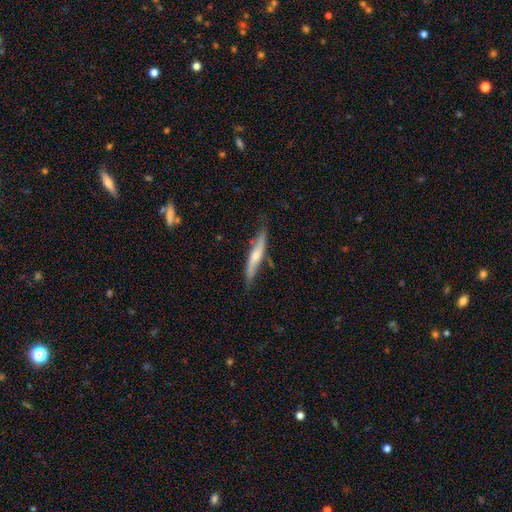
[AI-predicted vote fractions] Morphology: type=featured or disk (52%); edge-on=yes (75%); merging=none (71%).